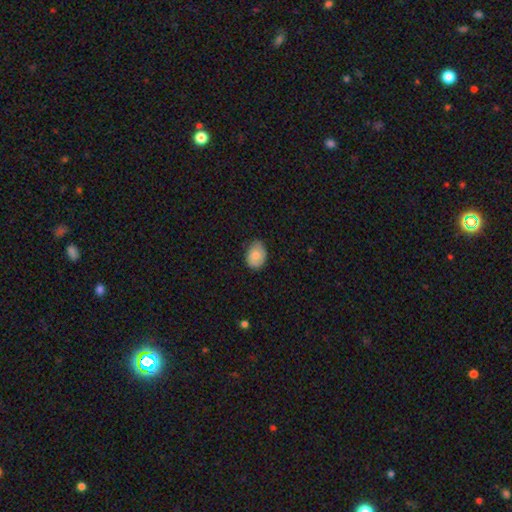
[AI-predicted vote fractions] The model was most divided on "how rounded": in between: 73%, round: 26%, cigar-shaped: 1%. More confident: smooth or featured — smooth (82%); merging — none (73%).